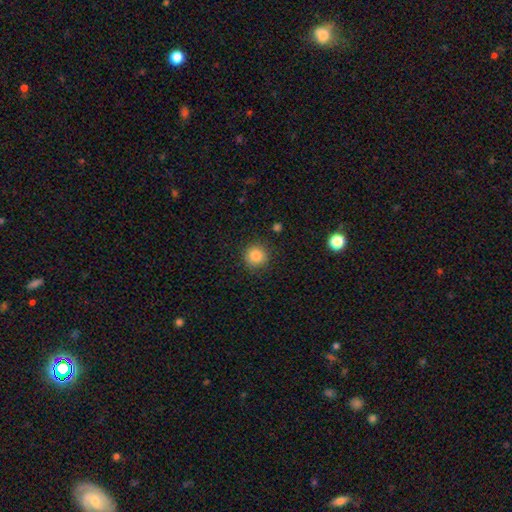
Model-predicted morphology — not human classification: Smooth or featured: smooth — 85% (star or artifact — 10%)
How rounded: round — 93% (in between — 6%)
Merging: none — 88% (minor disturbance — 8%)